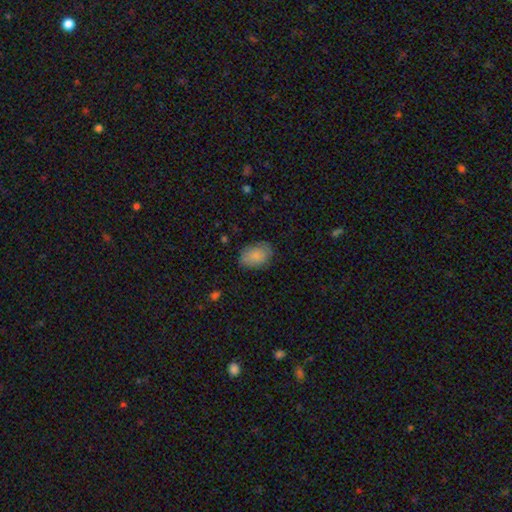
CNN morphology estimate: smooth 84%, featured or disk 9%, star or artifact 7%. Down the decision tree: how rounded — in between (83%); merging — none (76%).